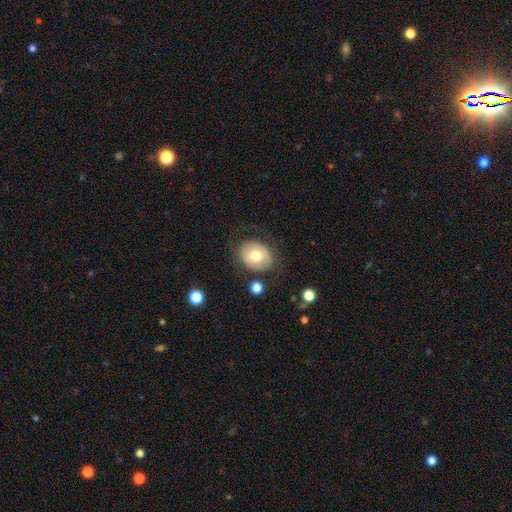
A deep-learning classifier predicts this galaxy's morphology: Overall: smooth (61%; featured or disk 32%). How rounded: in between (51%; round 48%). Merging: none (77%).